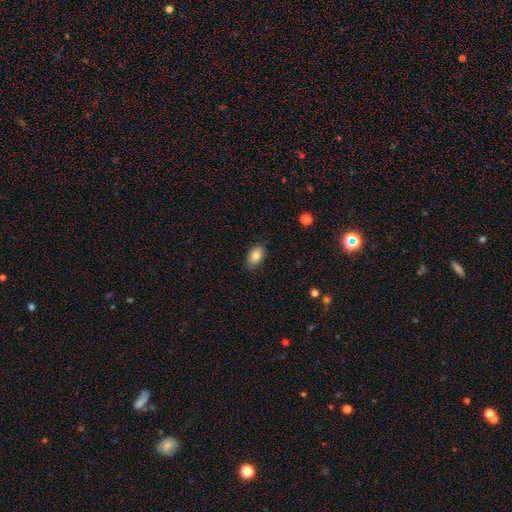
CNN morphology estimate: A smooth galaxy with no disk features (83%) that is in between round and cigar-shaped (89%). Merging: none (83%).